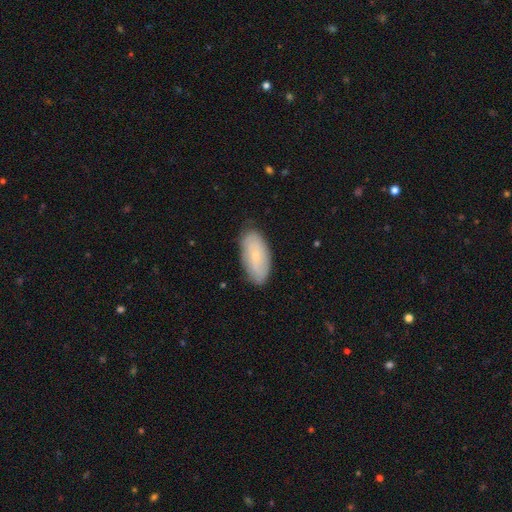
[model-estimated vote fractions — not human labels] smooth 59%, featured or disk 34%, star or artifact 7%. Down the decision tree: how rounded — in between (91%); merging — none (82%).